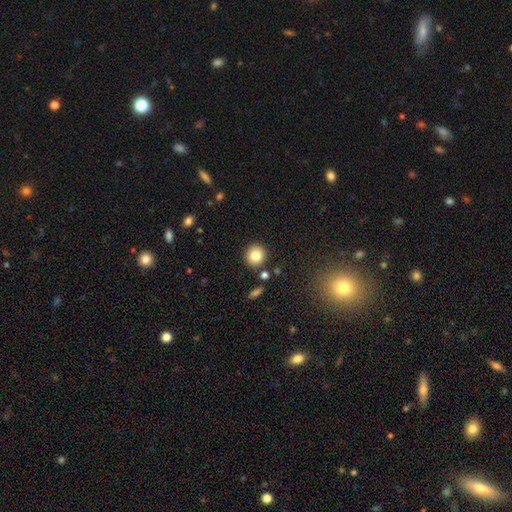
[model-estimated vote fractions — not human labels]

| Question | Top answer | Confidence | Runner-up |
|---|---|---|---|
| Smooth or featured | smooth | 83% | star or artifact (9%) |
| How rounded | round | 87% | in between (12%) |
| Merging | none | 86% | minor disturbance (7%) |